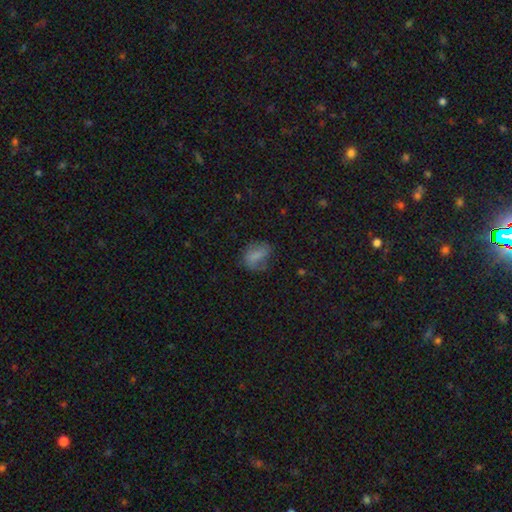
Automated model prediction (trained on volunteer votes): Q: Smooth or featured?
A: smooth (71%); runner-up: featured or disk (18%)
Q: How rounded?
A: in between (75%); runner-up: round (22%)
Q: Merging?
A: none (55%); runner-up: minor disturbance (28%)